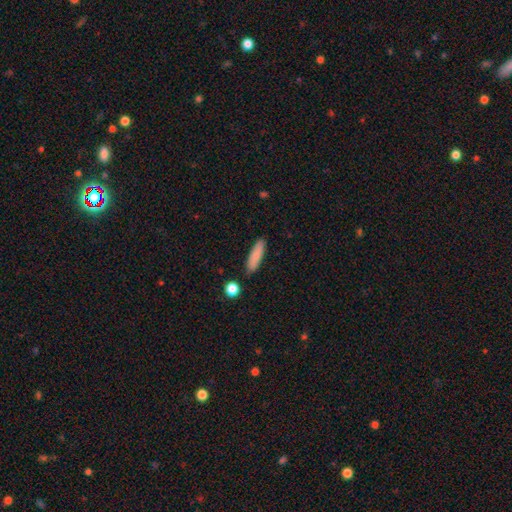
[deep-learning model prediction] smooth-or-featured: smooth: 85% | featured or disk: 9% | star or artifact: 7%
  how-rounded: cigar-shaped: 66% | in between: 32% | round: 2%
  merging: none: 86% | minor disturbance: 9% | merger: 2% | major disturbance: 2%